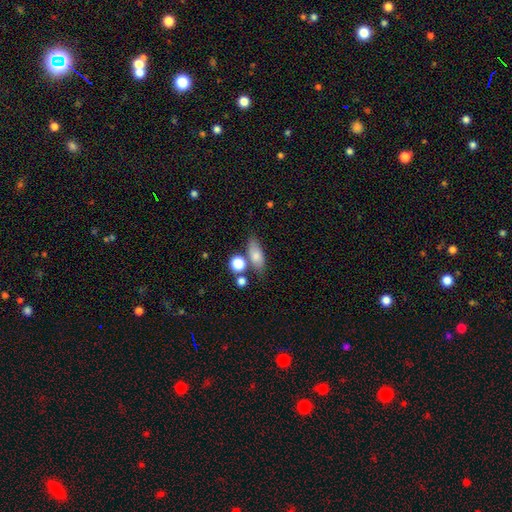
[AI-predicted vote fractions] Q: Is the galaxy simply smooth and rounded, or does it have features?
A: smooth — 76%.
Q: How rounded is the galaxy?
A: in between — 69%.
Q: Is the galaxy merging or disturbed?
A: none — 66%.